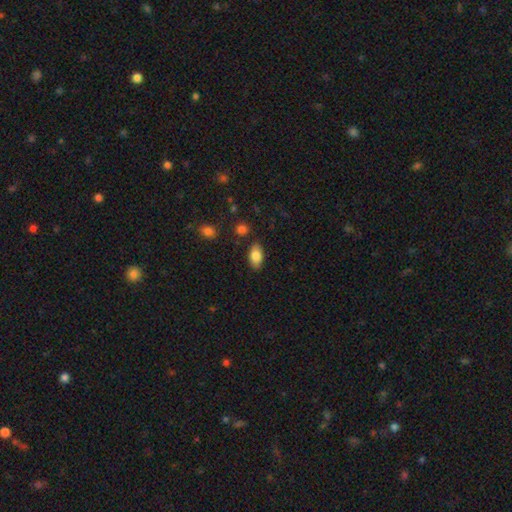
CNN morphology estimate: Smooth or featured? Predicted: smooth (p=0.85). How rounded? Predicted: in between (p=0.92). Merging? Predicted: none (p=0.84).